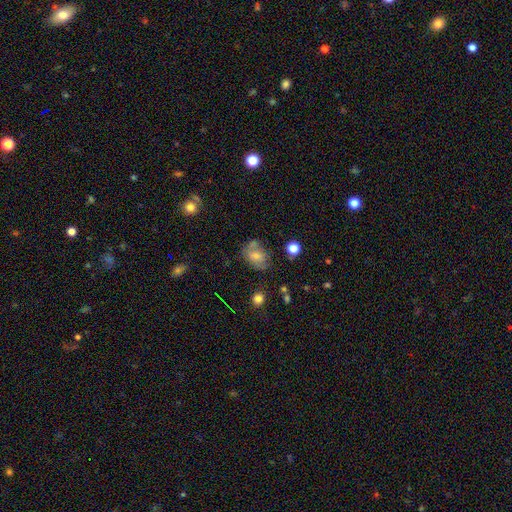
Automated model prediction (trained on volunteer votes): This appears to be a smooth galaxy with no disk features (49%). Merging: none (56%).